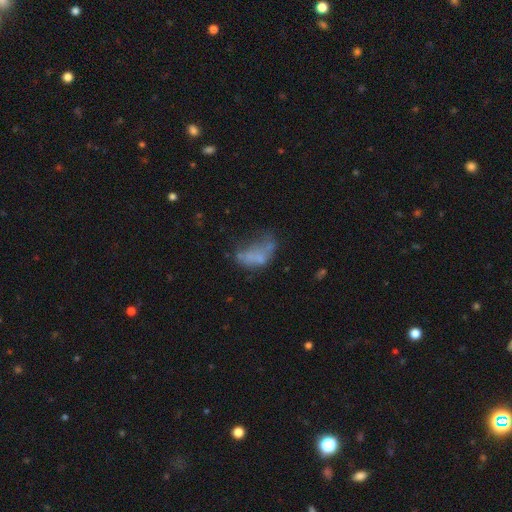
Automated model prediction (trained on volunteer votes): Morphology: type=smooth (46%); merging=major disturbance (34%).